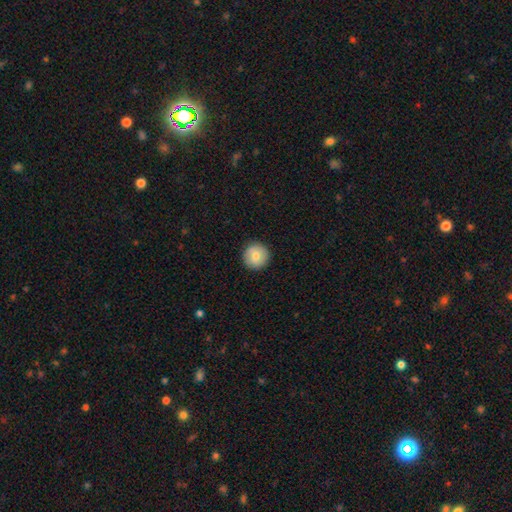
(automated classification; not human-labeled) Smooth or featured? Predicted: smooth (p=0.75). How rounded? Predicted: round (p=0.95). Merging? Predicted: none (p=0.91).